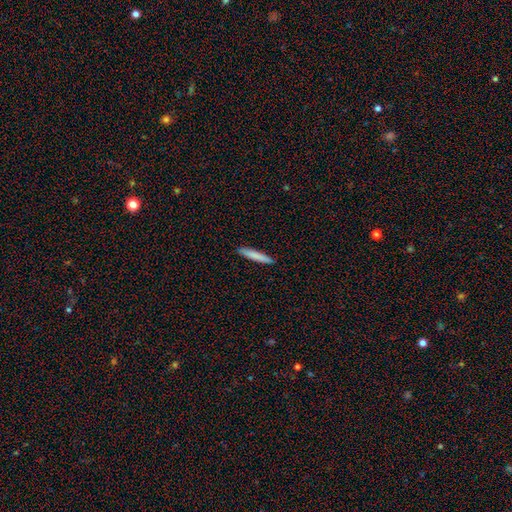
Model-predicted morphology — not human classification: Overall: smooth (83%). How rounded: cigar-shaped (93%). Merging: none (91%).